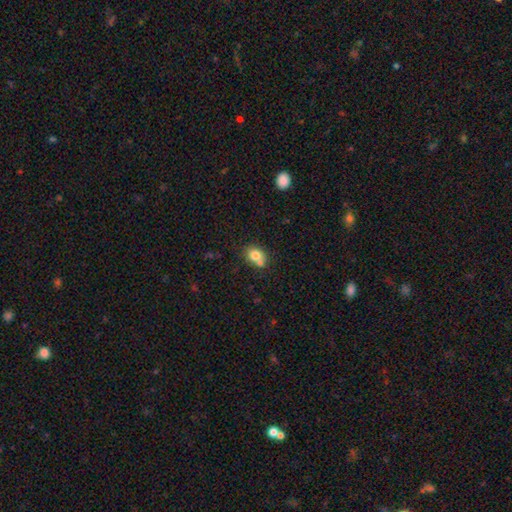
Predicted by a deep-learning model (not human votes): Smooth or featured? Predicted: smooth (p=0.78). How rounded? Predicted: round (p=0.55). Merging? Predicted: none (p=0.52).